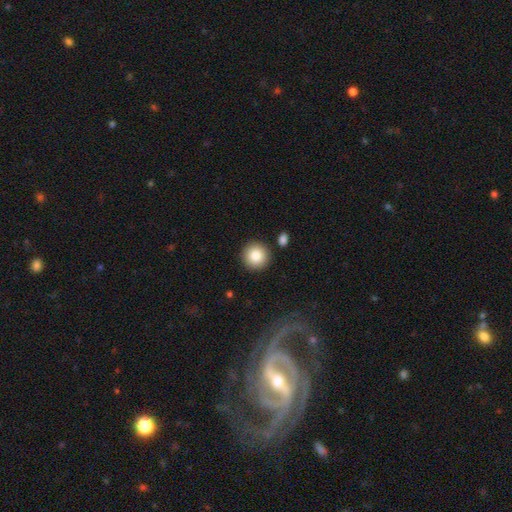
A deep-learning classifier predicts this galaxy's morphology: smooth 87%, star or artifact 8%, featured or disk 5%. Down the decision tree: how rounded — round (94%); merging — none (88%).